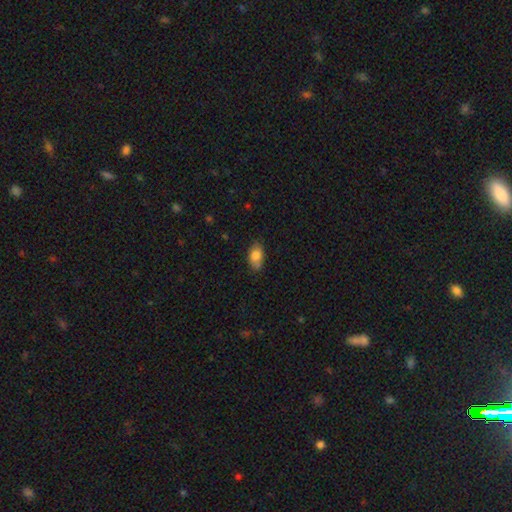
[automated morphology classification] smooth 80%, featured or disk 12%, star or artifact 8%. Down the decision tree: how rounded — in between (88%); merging — none (70%).